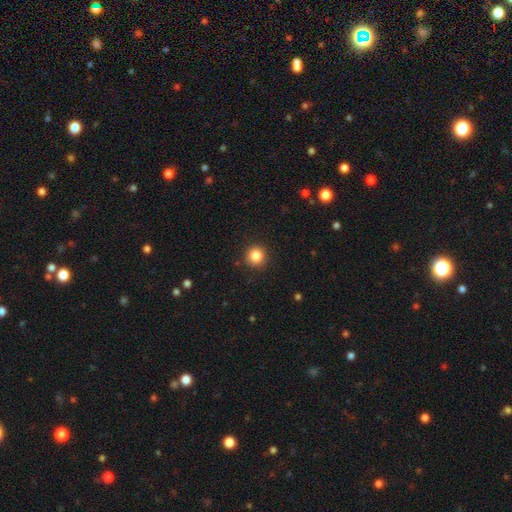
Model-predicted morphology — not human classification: A smooth galaxy with no disk features (84%) that is round (94%).

Vote fractions:
- Smooth or featured? smooth: 84% / star or artifact: 11% / featured or disk: 5%
- How rounded? round: 94% / in between: 5% / cigar-shaped: 1%
- Merging? none: 91% / minor disturbance: 6% / major disturbance: 2% / merger: 1%